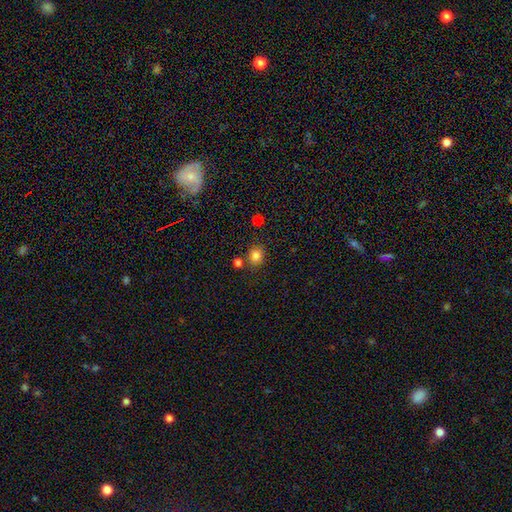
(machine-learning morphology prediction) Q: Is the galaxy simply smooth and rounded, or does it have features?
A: smooth — 82%.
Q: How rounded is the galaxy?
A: round — 73%.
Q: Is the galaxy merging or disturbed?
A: none — 77%.